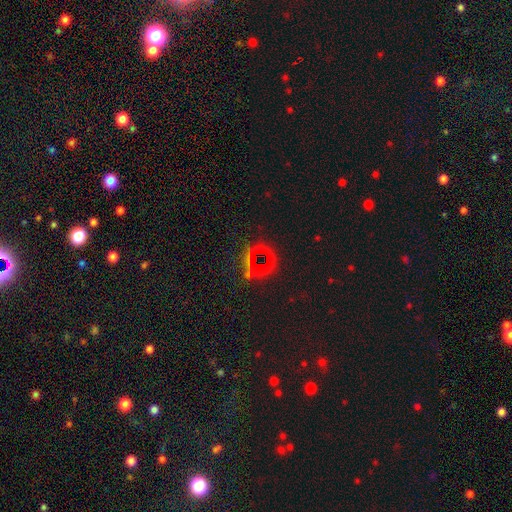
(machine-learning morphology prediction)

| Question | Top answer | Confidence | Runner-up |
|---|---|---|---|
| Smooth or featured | star or artifact | 72% | smooth (18%) |